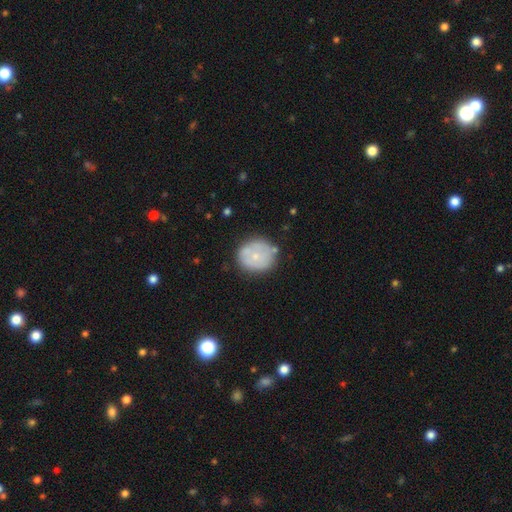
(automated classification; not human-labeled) A smooth galaxy with no disk features (59%) that is round (81%). Merging: none (72%).